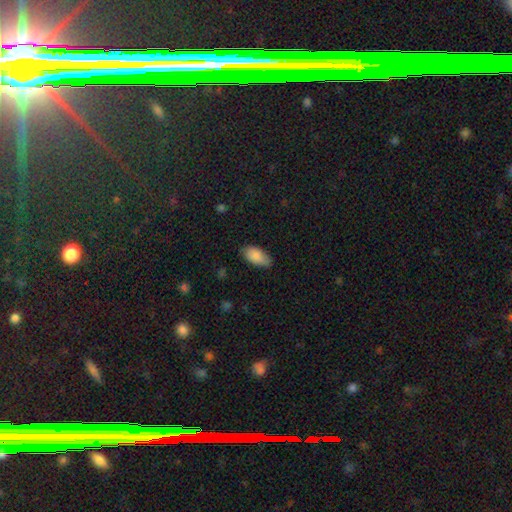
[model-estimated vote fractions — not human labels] A smooth galaxy with no disk features (86%) that is in between round and cigar-shaped (94%).

Vote fractions:
- Smooth or featured? smooth: 86% / featured or disk: 7% / star or artifact: 6%
- How rounded? in between: 94% / cigar-shaped: 4% / round: 3%
- Merging? none: 78% / minor disturbance: 18% / major disturbance: 3% / merger: 1%